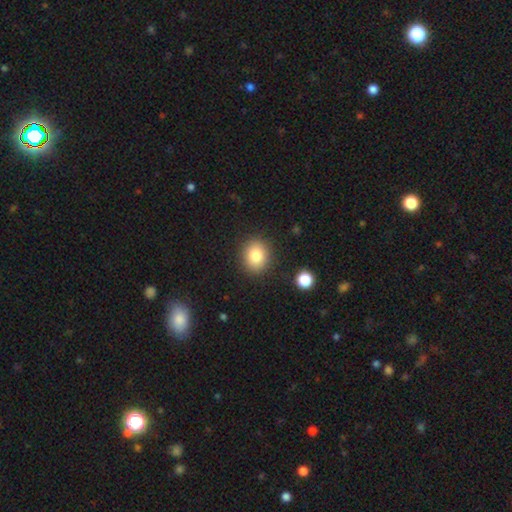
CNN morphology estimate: Smooth or featured? Predicted: smooth (p=0.81). How rounded? Predicted: round (p=0.71). Merging? Predicted: none (p=0.88).